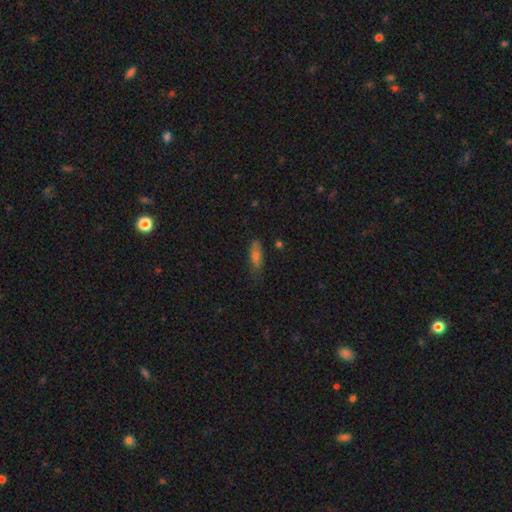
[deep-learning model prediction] Overall: smooth (67%). How rounded: in between (51%; cigar-shaped 46%). Merging: none (74%).